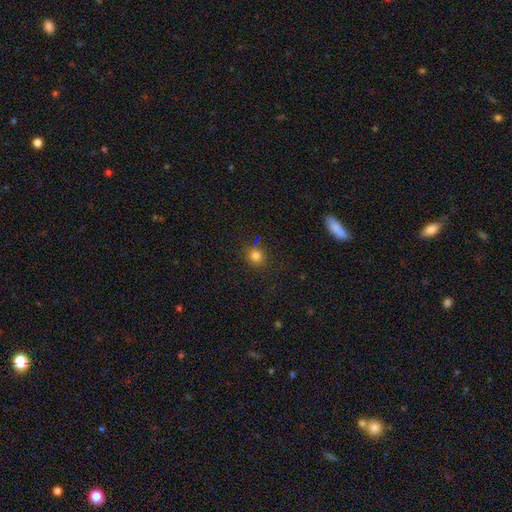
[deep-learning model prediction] Morphology: type=smooth (80%); roundness=round (89%); merging=none (87%).